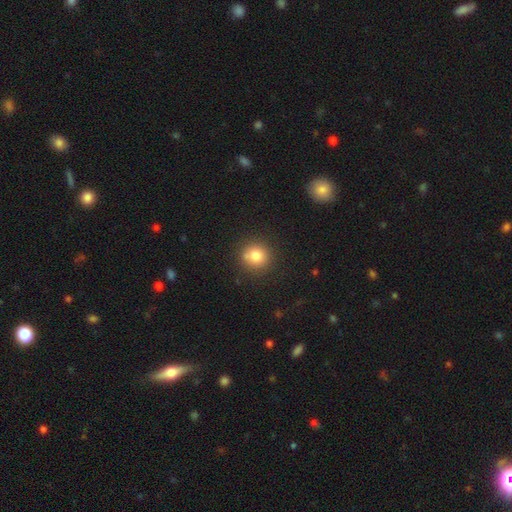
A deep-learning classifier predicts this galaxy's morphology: Q: Smooth or featured?
A: smooth (80%); runner-up: star or artifact (12%)
Q: How rounded?
A: round (90%); runner-up: in between (9%)
Q: Merging?
A: none (78%); runner-up: minor disturbance (12%)